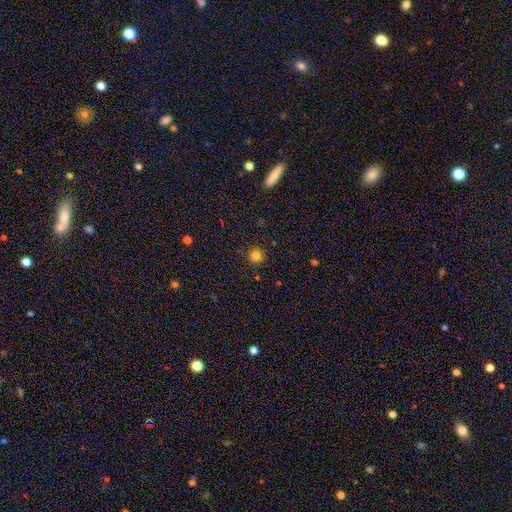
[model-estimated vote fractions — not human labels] Q: Smooth or featured?
A: smooth (79%); runner-up: star or artifact (16%)
Q: How rounded?
A: round (93%); runner-up: in between (6%)
Q: Merging?
A: none (87%); runner-up: minor disturbance (9%)